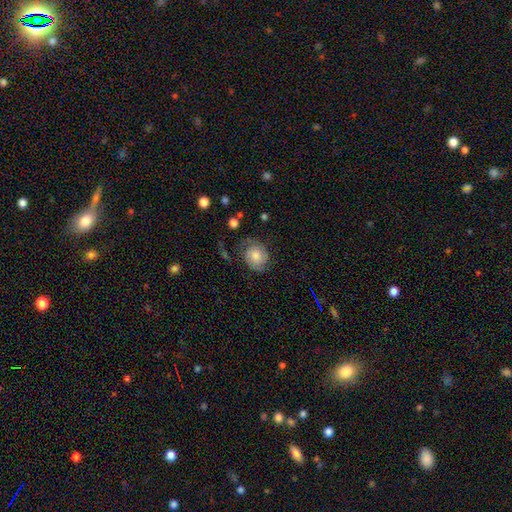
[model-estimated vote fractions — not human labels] This is possibly a featured or disk galaxy (50%). Merging: likely none (64%).